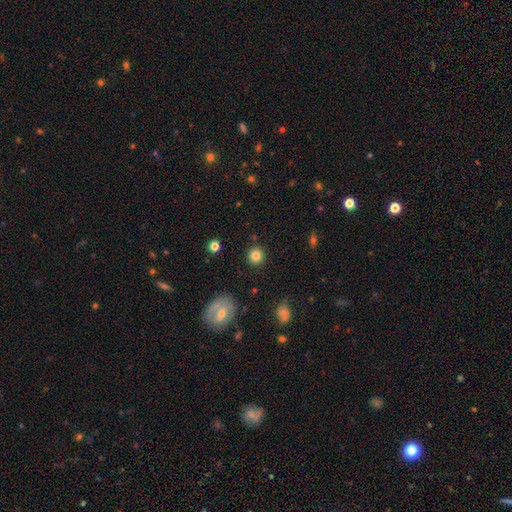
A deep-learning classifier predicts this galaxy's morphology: Overall: smooth (82%). How rounded: round (92%). Merging: none (90%).